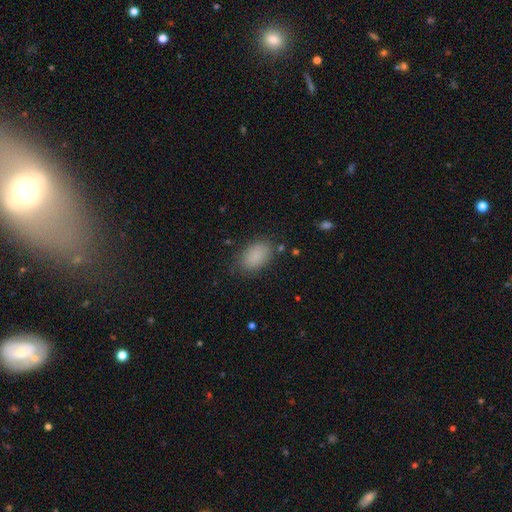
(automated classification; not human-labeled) smooth 87%, star or artifact 9%, featured or disk 4%. Down the decision tree: how rounded — in between (89%); merging — none (82%).